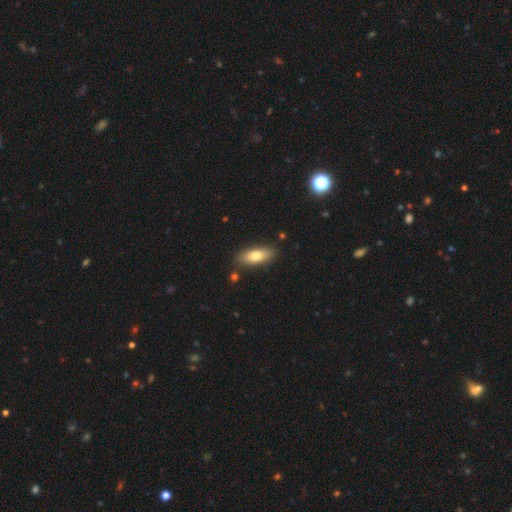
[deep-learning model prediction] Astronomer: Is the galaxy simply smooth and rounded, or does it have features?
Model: smooth — 78%.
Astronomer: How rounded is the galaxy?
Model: in between — 74%.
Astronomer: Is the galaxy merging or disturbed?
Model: none — 84%.